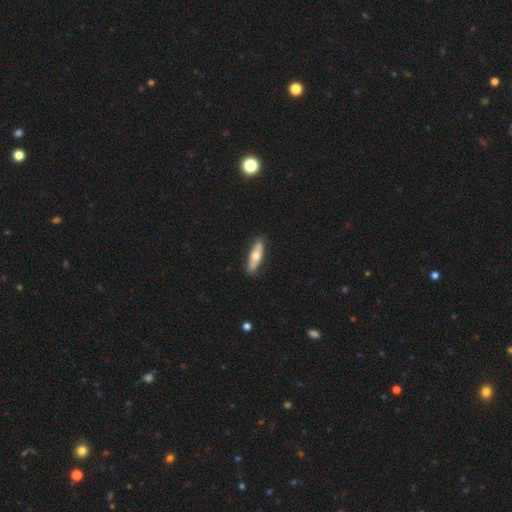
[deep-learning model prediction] This is possibly a smooth galaxy (56%). How rounded: possibly cigar-shaped (54%). Merging: clearly none (87%).